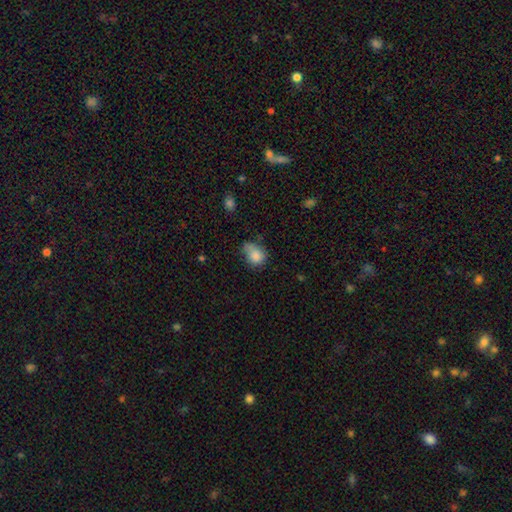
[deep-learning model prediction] smooth 81%, featured or disk 10%, star or artifact 10%. Down the decision tree: how rounded — in between (55%); merging — none (39%).